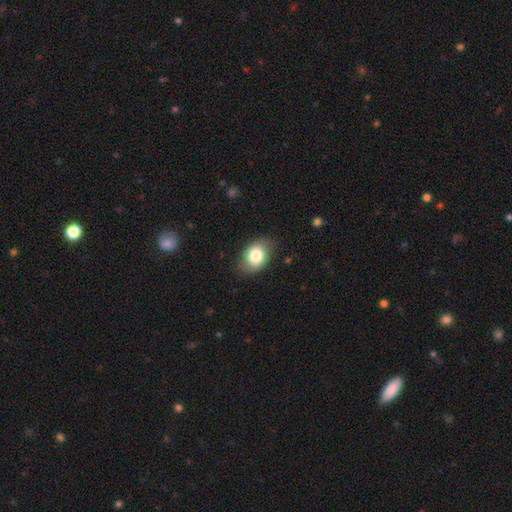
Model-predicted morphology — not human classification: smooth-or-featured: smooth: 81% | featured or disk: 11% | star or artifact: 8%
  how-rounded: in between: 76% | round: 23% | cigar-shaped: 1%
  merging: none: 78% | minor disturbance: 17% | major disturbance: 4% | merger: 1%